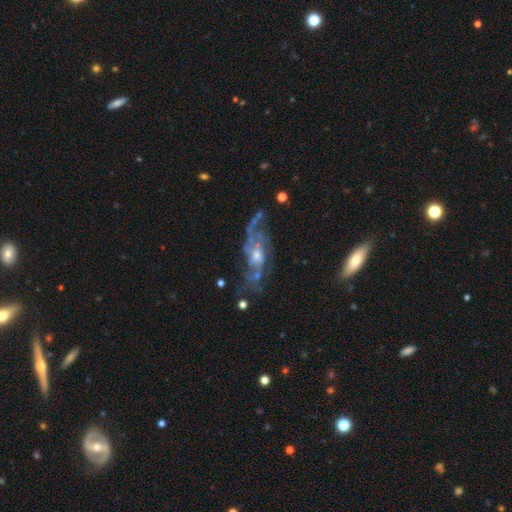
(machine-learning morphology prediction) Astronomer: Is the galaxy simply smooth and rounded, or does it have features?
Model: featured or disk — 82%.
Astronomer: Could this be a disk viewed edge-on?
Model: no — 89%.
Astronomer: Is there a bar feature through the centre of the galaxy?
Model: no — 56% (runner-up: weak, 36%).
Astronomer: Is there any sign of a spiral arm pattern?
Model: yes — 93%.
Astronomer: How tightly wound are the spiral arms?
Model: medium — 45% (runner-up: loose, 29%).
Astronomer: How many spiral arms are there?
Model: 2 — 55%.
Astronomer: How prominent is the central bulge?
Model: moderate — 51% (runner-up: small, 38%).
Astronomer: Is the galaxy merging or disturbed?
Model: none — 63%.